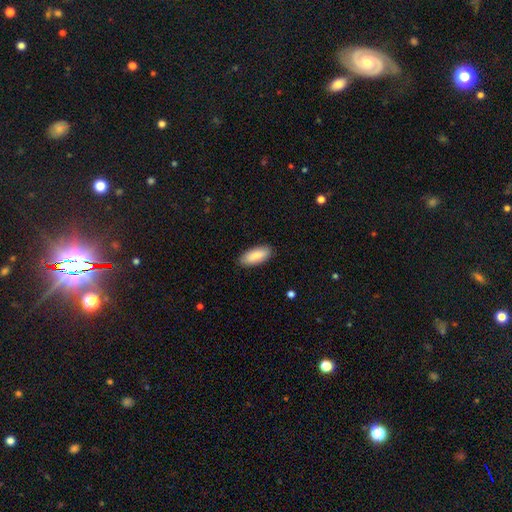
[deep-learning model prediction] smooth_or_featured: smooth (p=0.87) [alt: featured or disk p=0.08]
how_rounded: in between (p=0.82) [alt: cigar-shaped p=0.16]
merging: none (p=0.88) [alt: minor disturbance p=0.09]